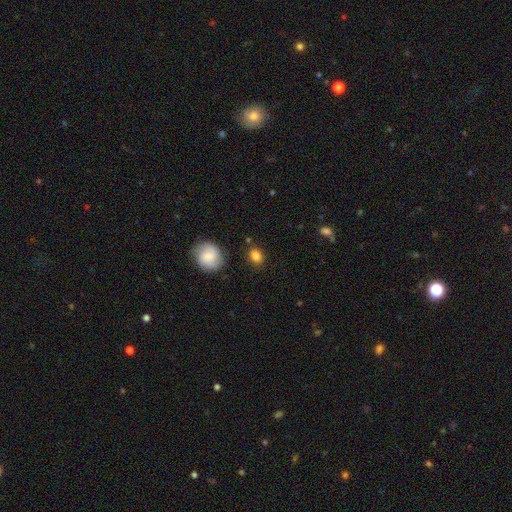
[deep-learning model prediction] This is clearly a smooth galaxy (83%). How rounded: possibly round (56%). Merging: clearly none (80%).